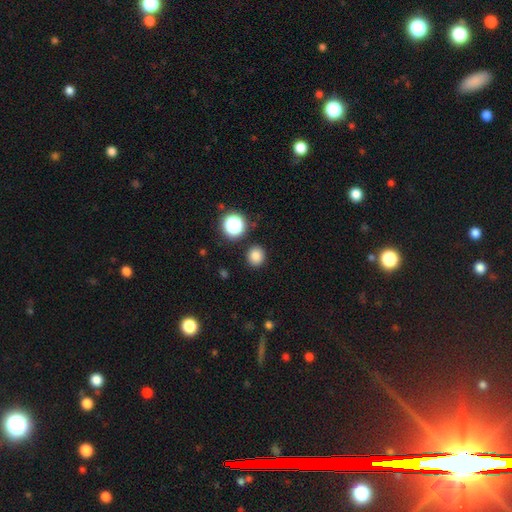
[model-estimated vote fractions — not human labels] smooth-or-featured: smooth: 82% | star or artifact: 14% | featured or disk: 4%
  how-rounded: round: 82% | in between: 17% | cigar-shaped: 1%
  merging: none: 88% | minor disturbance: 7% | major disturbance: 2% | merger: 2%